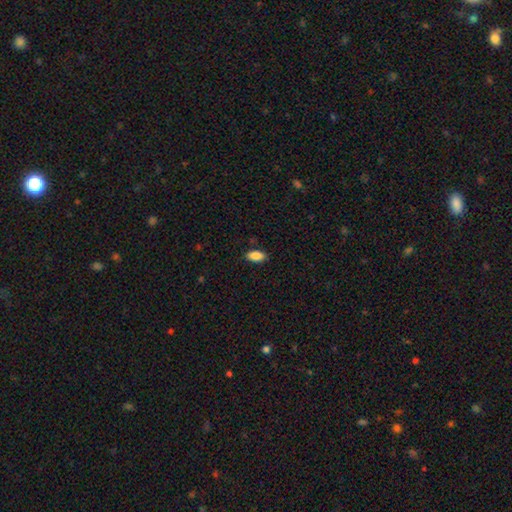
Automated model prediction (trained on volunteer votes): Smooth or featured?
  - smooth: 88% *
  - star or artifact: 7%
  - featured or disk: 5%
How rounded?
  - in between: 92% *
  - cigar-shaped: 5%
  - round: 4%
Merging?
  - none: 87% *
  - minor disturbance: 10%
  - major disturbance: 2%
  - merger: 1%